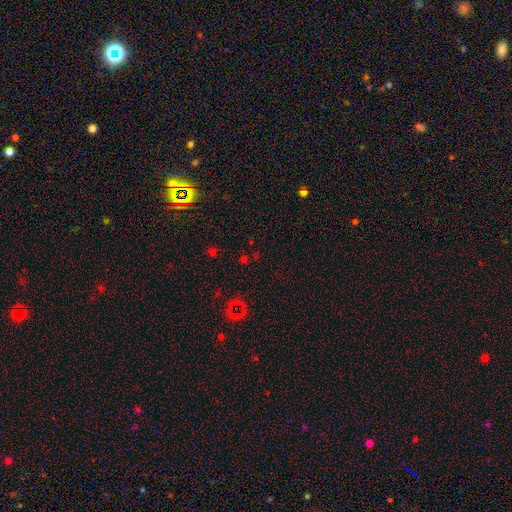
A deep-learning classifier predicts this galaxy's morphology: A star or artifact, not a galaxy (60%).